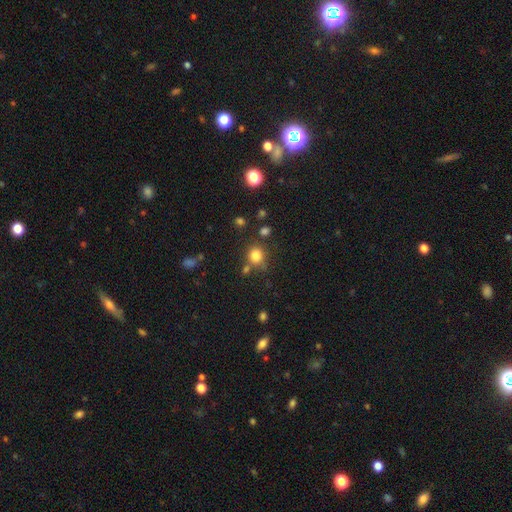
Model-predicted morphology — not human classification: smooth_or_featured: smooth (p=0.80) [alt: star or artifact p=0.14]
how_rounded: round (p=0.83) [alt: in between p=0.16]
merging: none (p=0.72) [alt: minor disturbance p=0.12]